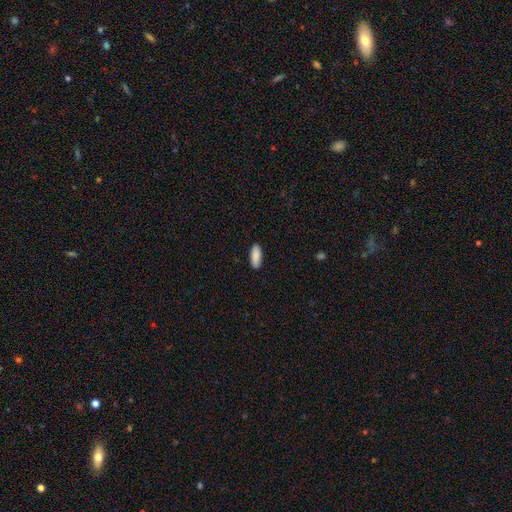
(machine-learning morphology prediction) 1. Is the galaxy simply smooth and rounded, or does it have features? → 89% smooth, 6% star or artifact, 5% featured or disk.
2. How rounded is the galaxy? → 74% in between, 24% cigar-shaped, 2% round.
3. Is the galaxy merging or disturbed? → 89% none, 9% minor disturbance, 2% major disturbance, 1% merger.